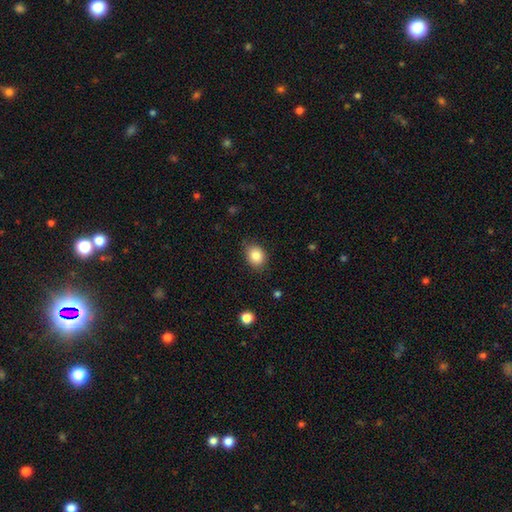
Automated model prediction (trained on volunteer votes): Q: Smooth or featured?
A: smooth (84%); runner-up: star or artifact (9%)
Q: How rounded?
A: in between (50%); runner-up: round (49%)
Q: Merging?
A: none (79%); runner-up: minor disturbance (16%)